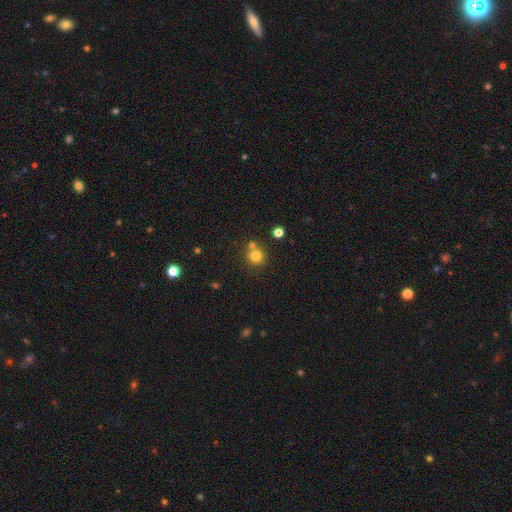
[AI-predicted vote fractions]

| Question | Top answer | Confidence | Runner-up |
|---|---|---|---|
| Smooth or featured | smooth | 79% | star or artifact (14%) |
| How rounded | round | 92% | in between (7%) |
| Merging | none | 68% | merger (21%) |